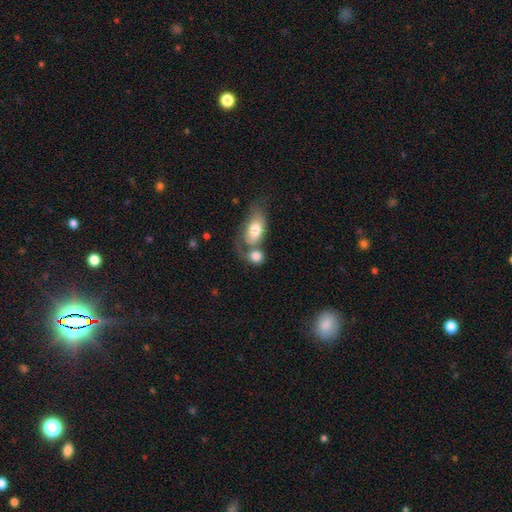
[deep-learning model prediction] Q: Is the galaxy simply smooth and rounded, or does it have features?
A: smooth — 78%.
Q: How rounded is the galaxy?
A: in between — 56%.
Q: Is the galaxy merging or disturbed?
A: merger — 54%.